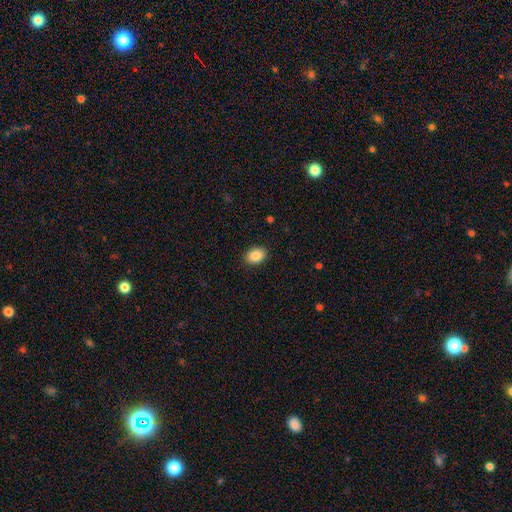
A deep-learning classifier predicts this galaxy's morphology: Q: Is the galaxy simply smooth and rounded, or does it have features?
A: smooth — 88%.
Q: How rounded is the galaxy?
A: in between — 76%.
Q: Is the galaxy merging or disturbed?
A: none — 89%.